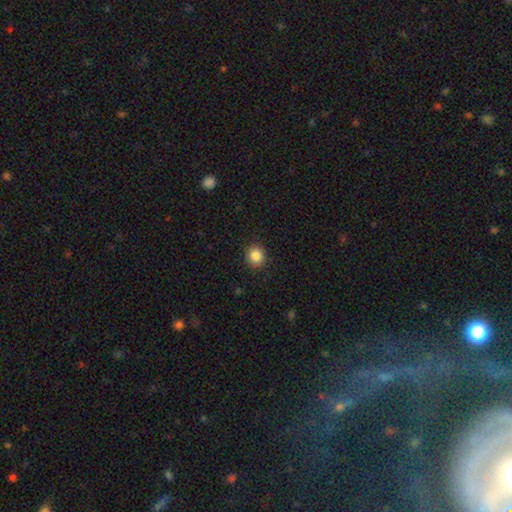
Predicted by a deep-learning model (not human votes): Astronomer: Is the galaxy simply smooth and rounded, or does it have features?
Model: smooth — 86%.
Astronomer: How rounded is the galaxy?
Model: round — 85%.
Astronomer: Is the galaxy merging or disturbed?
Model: none — 89%.